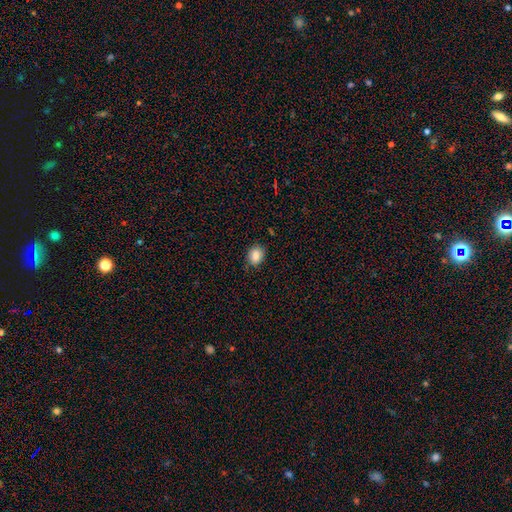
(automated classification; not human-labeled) Overall: smooth (85%). How rounded: in between (56%; round 43%). Merging: none (80%).